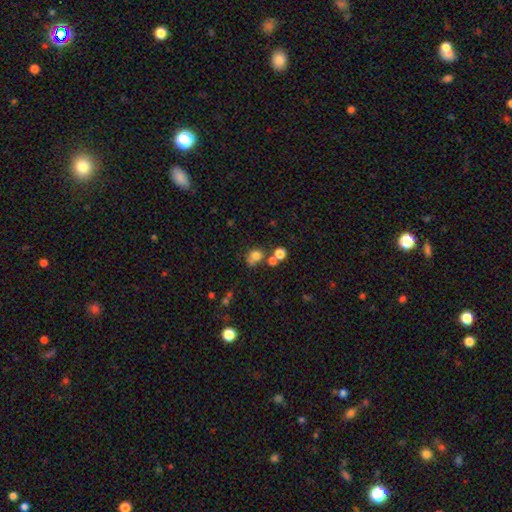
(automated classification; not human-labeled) Smooth or featured? smooth (74%)
How rounded? round (70%)
Merging? none (47%)